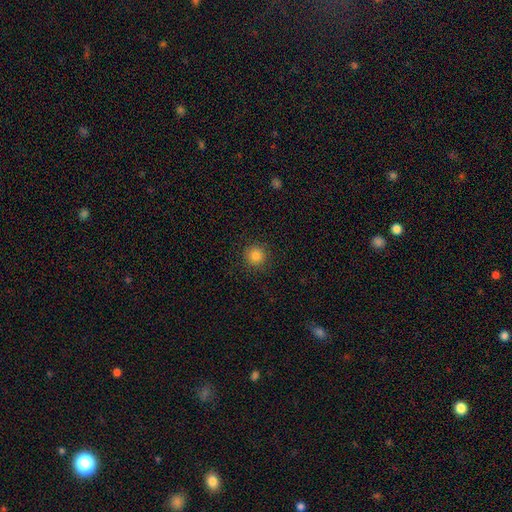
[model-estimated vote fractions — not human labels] smooth-or-featured: smooth: 83% | star or artifact: 12% | featured or disk: 5%
  how-rounded: round: 95% | in between: 4% | cigar-shaped: 1%
  merging: none: 92% | minor disturbance: 5% | major disturbance: 2% | merger: 1%